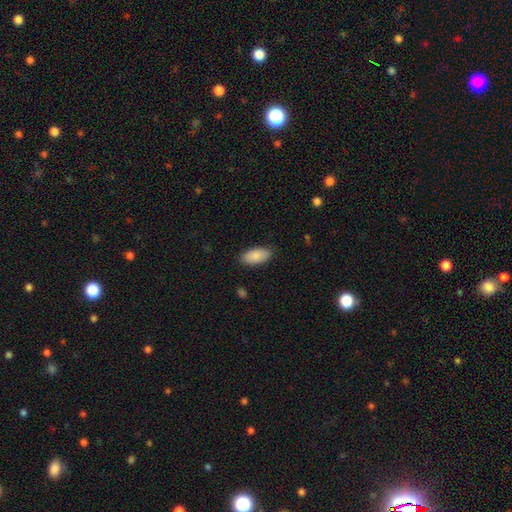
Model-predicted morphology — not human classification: smooth_or_featured: smooth (p=0.89) [alt: star or artifact p=0.06]
how_rounded: in between (p=0.93) [alt: cigar-shaped p=0.05]
merging: none (p=0.86) [alt: minor disturbance p=0.11]